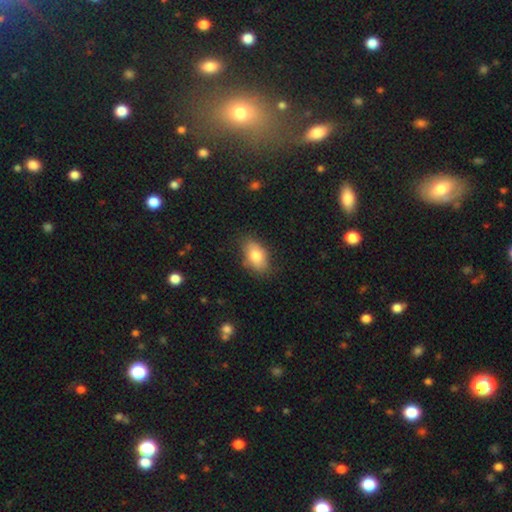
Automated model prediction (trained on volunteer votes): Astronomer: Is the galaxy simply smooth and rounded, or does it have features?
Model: smooth — 78%.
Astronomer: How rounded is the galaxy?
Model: in between — 89%.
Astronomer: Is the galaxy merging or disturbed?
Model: none — 75%.